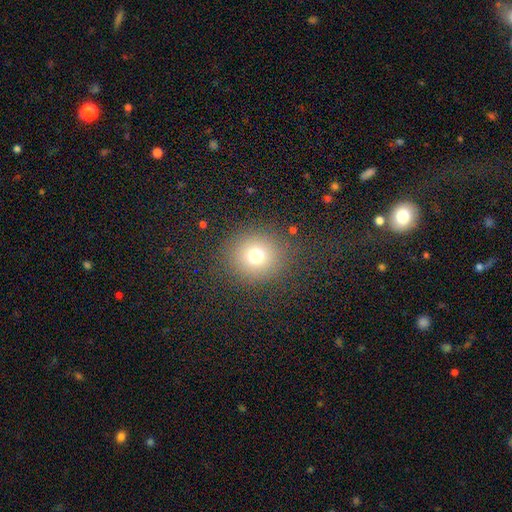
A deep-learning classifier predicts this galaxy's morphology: The model was most divided on "smooth or featured": smooth: 73%, star or artifact: 17%, featured or disk: 10%. More confident: how rounded — round (90%); merging — none (86%).